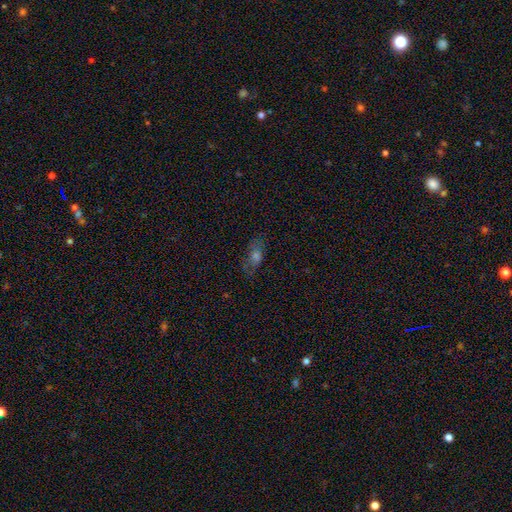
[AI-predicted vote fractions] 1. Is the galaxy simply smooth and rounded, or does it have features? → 48% smooth, 32% featured or disk, 20% star or artifact.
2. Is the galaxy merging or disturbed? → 76% none, 16% minor disturbance, 6% major disturbance, 2% merger.